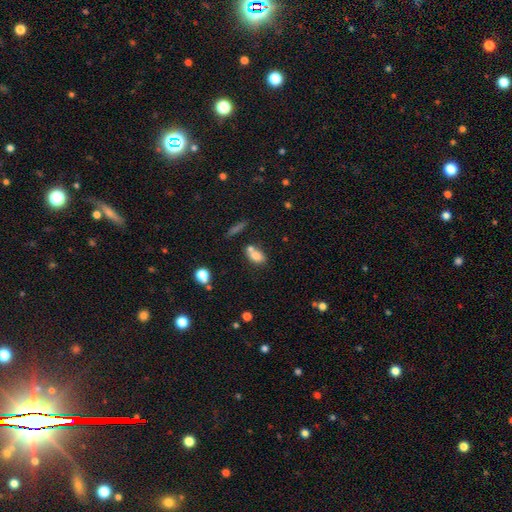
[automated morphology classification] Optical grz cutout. It shows a smooth galaxy with no disk features (77%) that is in between round and cigar-shaped (81%). Merging: none (44%).